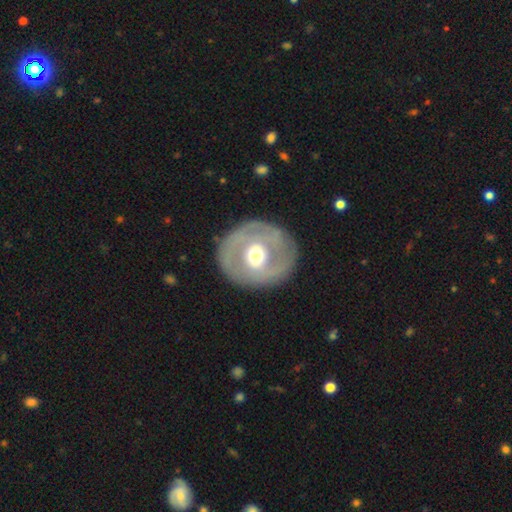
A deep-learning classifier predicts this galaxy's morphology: Smooth or featured: featured or disk — 62% (smooth — 31%)
Edge-on disk: no — 94% (yes — 6%)
Bar: no — 42% (weak — 36%)
Spiral arms: no — 68% (yes — 32%)
Bulge size: moderate — 67% (large — 22%)
Merging: none — 81% (minor disturbance — 11%)